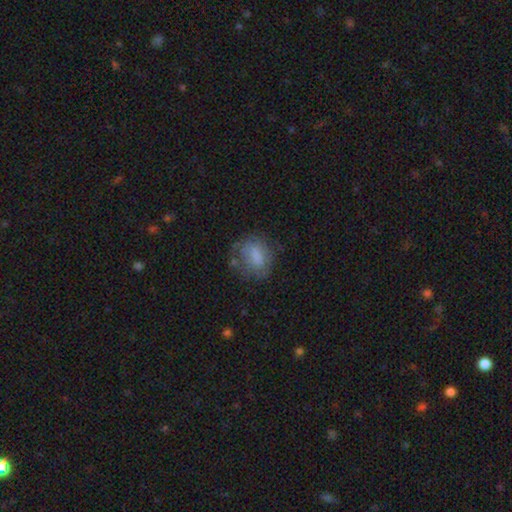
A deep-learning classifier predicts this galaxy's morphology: type=smooth (69%); roundness=in between (55%); merging=none (58%).